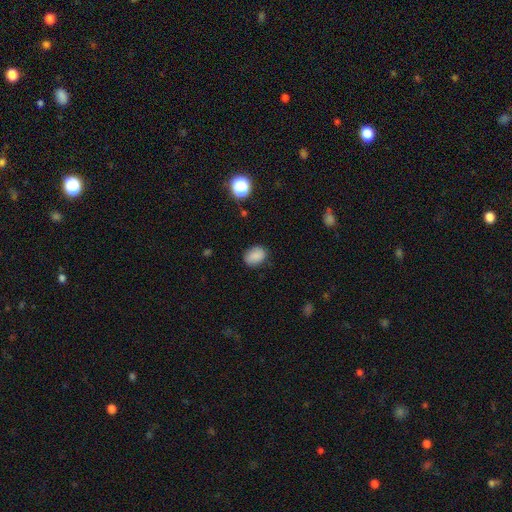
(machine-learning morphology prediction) Smooth or featured? Predicted: smooth (p=0.85). How rounded? Predicted: in between (p=0.67). Merging? Predicted: none (p=0.82).